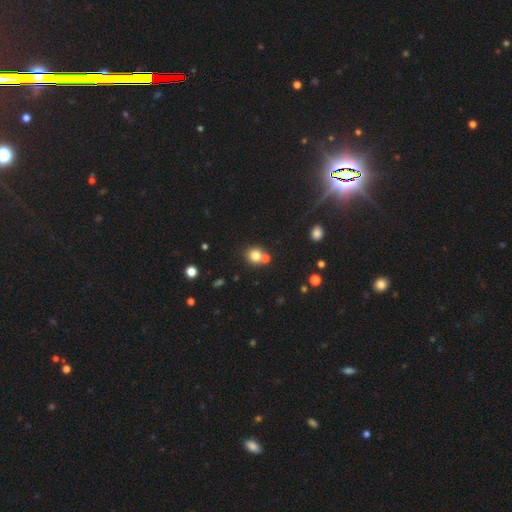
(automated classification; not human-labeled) smooth_or_featured: smooth (p=0.78) [alt: star or artifact p=0.13]
how_rounded: round (p=0.87) [alt: in between p=0.12]
merging: none (p=0.58) [alt: merger p=0.31]